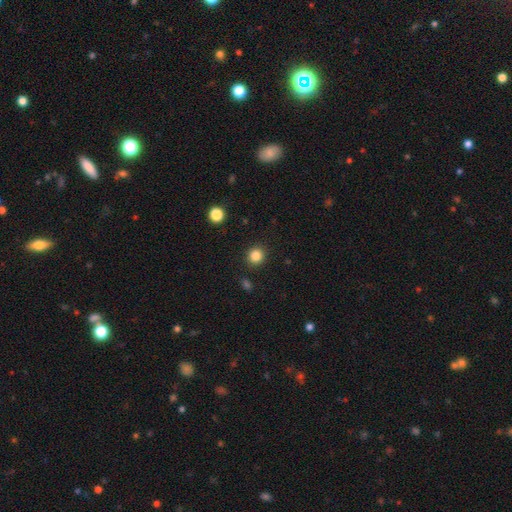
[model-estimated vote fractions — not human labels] smooth-or-featured: smooth: 84% | star or artifact: 12% | featured or disk: 4%
  how-rounded: round: 90% | in between: 10% | cigar-shaped: 1%
  merging: none: 91% | minor disturbance: 6% | major disturbance: 2% | merger: 2%